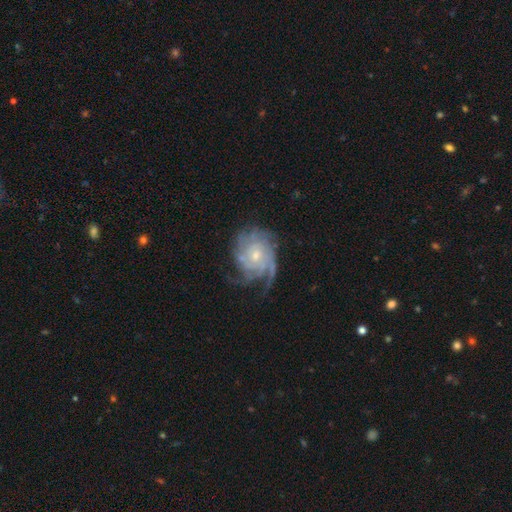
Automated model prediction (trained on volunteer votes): A featured or disk galaxy (85%) with no bar (72%), tight (62%) spiral arms (96%) and a small central bulge (57%).

Vote fractions:
- Smooth or featured? featured or disk: 85% / smooth: 8% / star or artifact: 7%
- Edge-on disk? no: 97% / yes: 3%
- Bar? no: 72% / weak: 24% / strong: 4%
- Spiral arms? yes: 96% / no: 4%
- Spiral winding? tight: 62% / medium: 29% / loose: 9%
- Spiral arm count? can't tell: 32% / 4: 21% / 3: 17% / 2: 11% / more than 4: 11% / 1: 7%
- Bulge size? small: 57% / moderate: 38% / none: 2% / large: 2% / dominant: 1%
- Merging? none: 61% / minor disturbance: 21% / major disturbance: 16% / merger: 2%